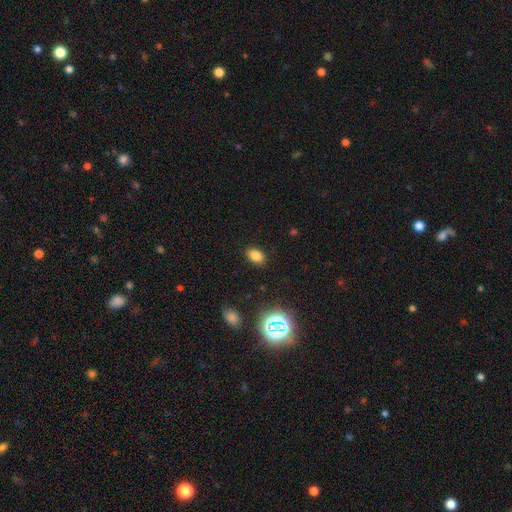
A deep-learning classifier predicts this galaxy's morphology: This appears to be a smooth galaxy with no disk features (78%) that is in between round and cigar-shaped (84%). Merging: none (87%).